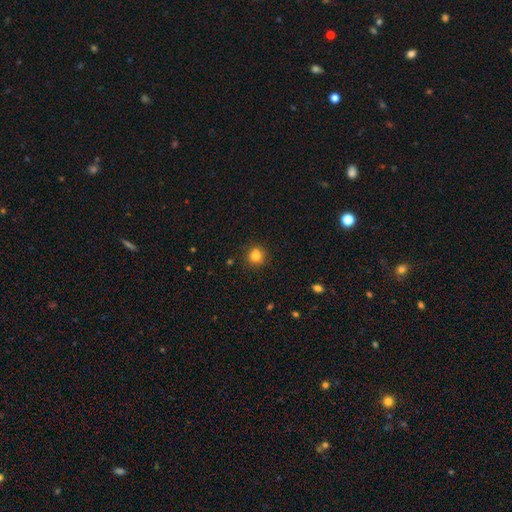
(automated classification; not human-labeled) This appears to be a smooth galaxy with no disk features (83%) that is round (92%). Merging: none (89%).